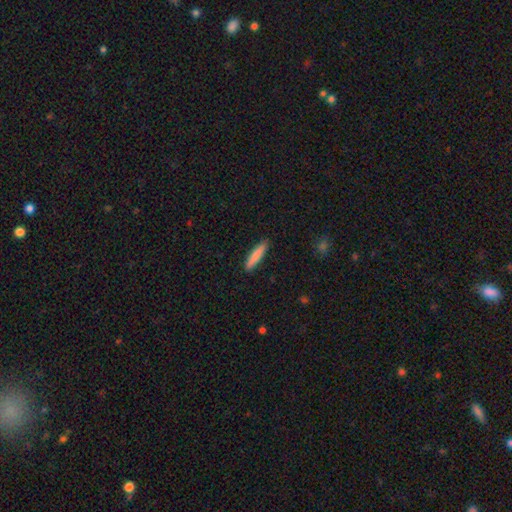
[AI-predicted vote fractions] Overall: smooth (81%). How rounded: cigar-shaped (88%). Merging: none (89%).